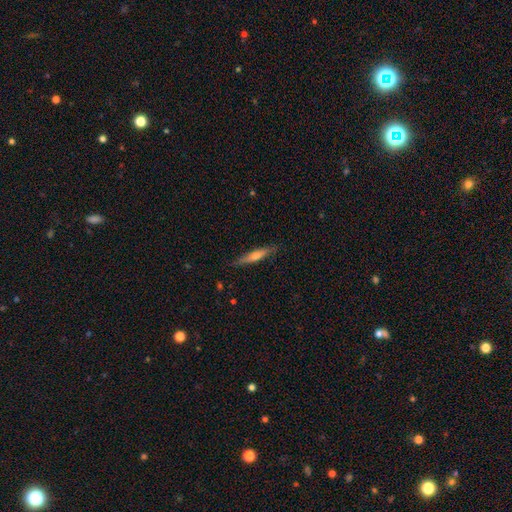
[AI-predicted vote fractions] Morphology: type=smooth (49%); merging=none (85%).